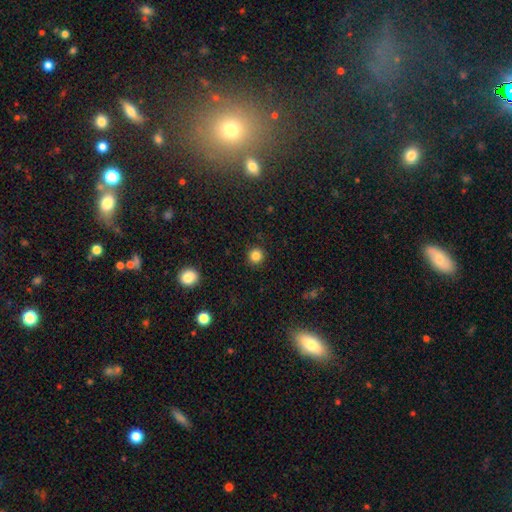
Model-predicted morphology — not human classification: Smooth or featured: smooth — 84% (star or artifact — 12%)
How rounded: round — 93% (in between — 7%)
Merging: none — 91% (minor disturbance — 6%)